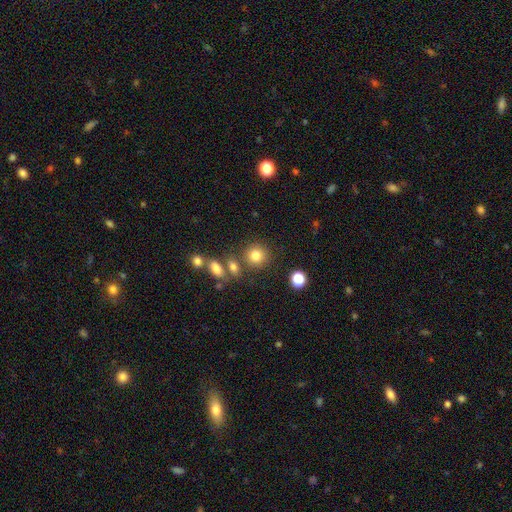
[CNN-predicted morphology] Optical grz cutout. It shows a smooth galaxy with no disk features (80%) that is round (86%). Merging: none (74%).